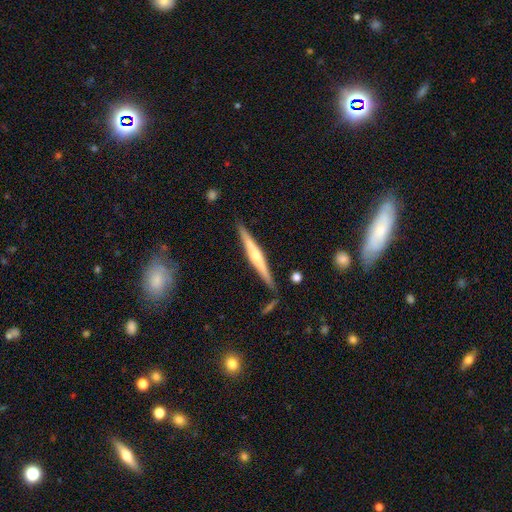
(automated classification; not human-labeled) Smooth or featured? featured or disk (66%)
Edge-on disk? yes (97%)
Edge-on bulge? rounded (76%)
Merging? none (86%)